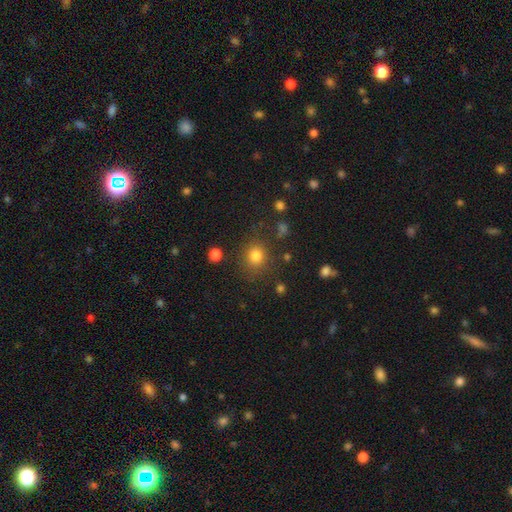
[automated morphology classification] This is clearly a smooth galaxy (81%). How rounded: clearly round (86%). Merging: clearly none (81%).